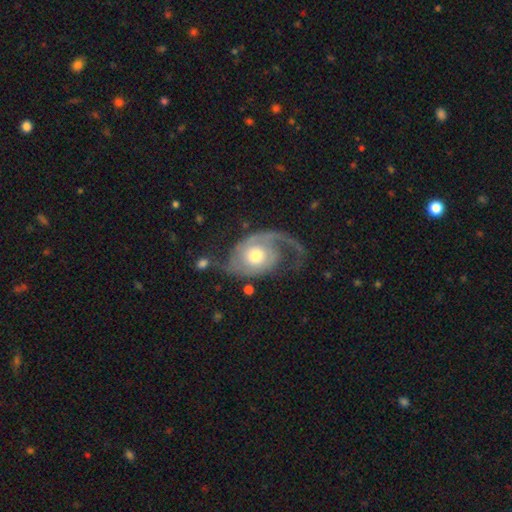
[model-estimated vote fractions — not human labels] The model was most divided on "spiral winding": medium: 40%, loose: 38%, tight: 22%. More confident: edge-on disk — no (97%); spiral arms — yes (95%); smooth or featured — featured or disk (85%); spiral arm count — 2 (80%); bar — no (73%); bulge size — moderate (69%); merging — none (54%).